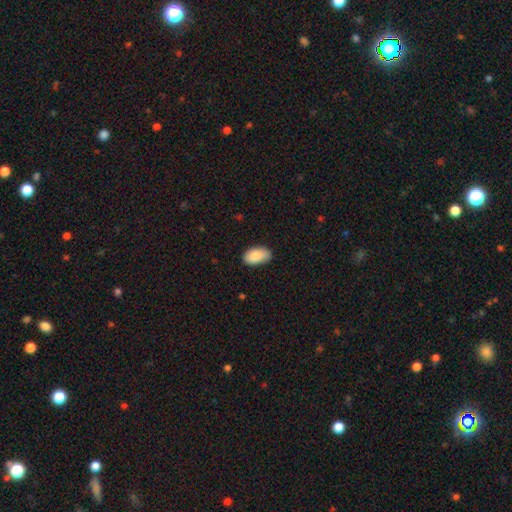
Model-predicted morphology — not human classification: Smooth or featured?
  - smooth: 88% *
  - star or artifact: 6%
  - featured or disk: 6%
How rounded?
  - in between: 95% *
  - round: 4%
  - cigar-shaped: 2%
Merging?
  - none: 79% *
  - minor disturbance: 18%
  - major disturbance: 3%
  - merger: 1%